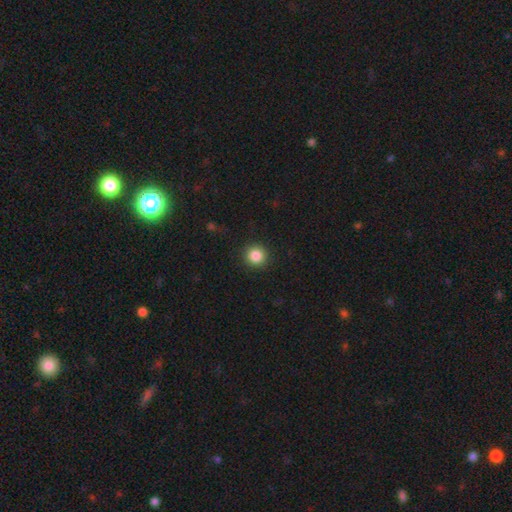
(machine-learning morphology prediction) Overall: smooth (86%). How rounded: round (95%). Merging: none (91%).